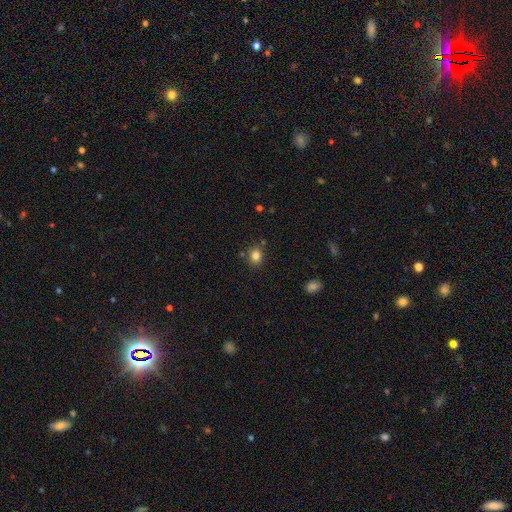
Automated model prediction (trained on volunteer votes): Smooth or featured? smooth (82%)
How rounded? round (69%)
Merging? none (82%)